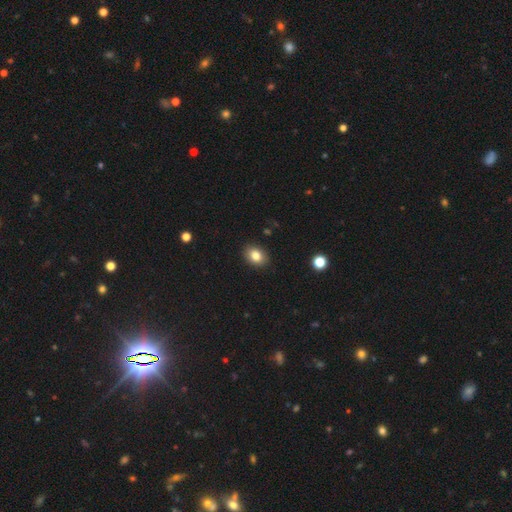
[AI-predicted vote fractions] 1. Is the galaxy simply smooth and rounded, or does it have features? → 84% smooth, 9% star or artifact, 7% featured or disk.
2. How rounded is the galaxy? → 69% in between, 30% round, 1% cigar-shaped.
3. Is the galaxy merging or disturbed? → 89% none, 8% minor disturbance, 2% major disturbance, 1% merger.